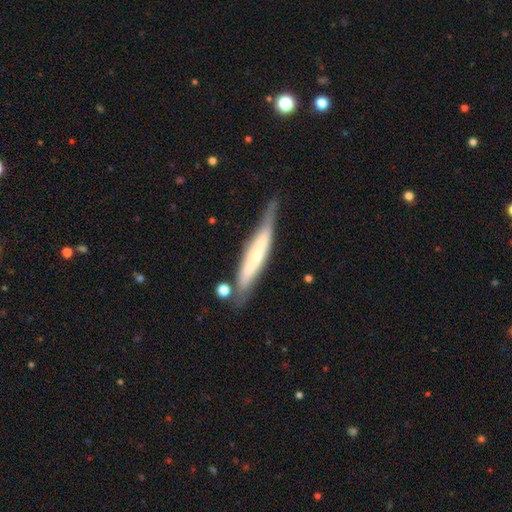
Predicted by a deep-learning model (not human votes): Q: Smooth or featured?
A: featured or disk (58%); runner-up: smooth (36%)
Q: Edge-on disk?
A: yes (83%); runner-up: no (17%)
Q: Merging?
A: none (65%); runner-up: minor disturbance (21%)